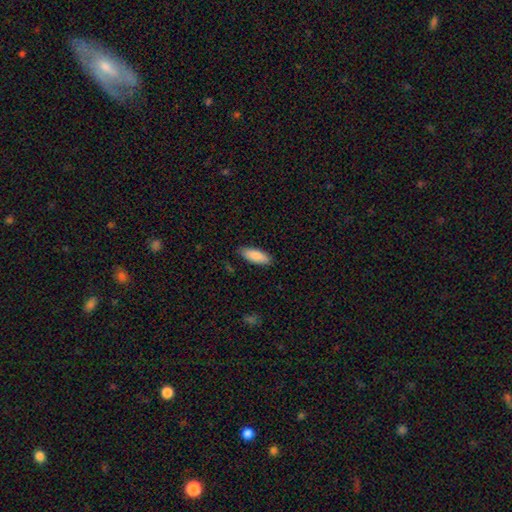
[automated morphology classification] A smooth galaxy with no disk features (88%) that is in between round and cigar-shaped (72%). Merging: none (86%).